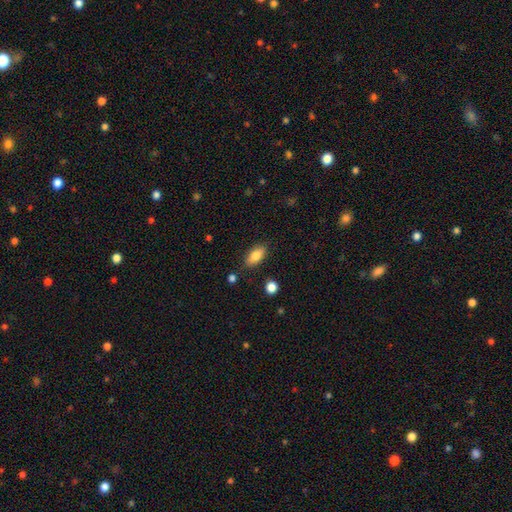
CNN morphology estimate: Smooth or featured? smooth (84%)
How rounded? in between (87%)
Merging? none (84%)